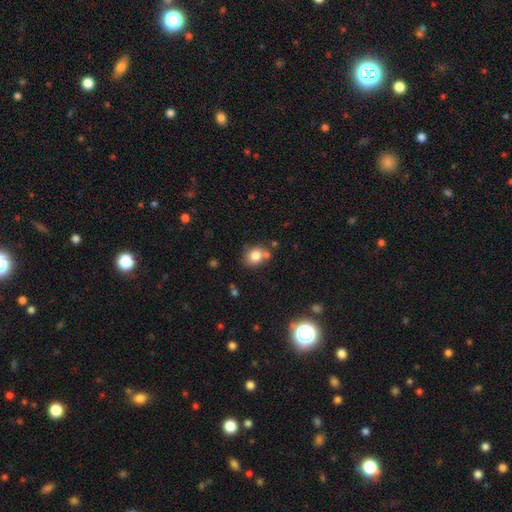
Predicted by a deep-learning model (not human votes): A smooth galaxy with no disk features (81%) that is round (58%).

Vote fractions:
- Smooth or featured? smooth: 81% / star or artifact: 11% / featured or disk: 8%
- How rounded? round: 58% / in between: 41% / cigar-shaped: 1%
- Merging? none: 65% / merger: 16% / minor disturbance: 15% / major disturbance: 4%